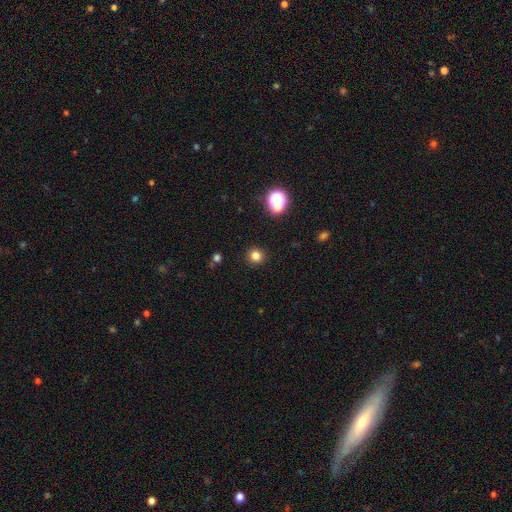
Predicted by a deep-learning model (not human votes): A smooth galaxy with no disk features (79%) that is round (94%).

Vote fractions:
- Smooth or featured? smooth: 79% / star or artifact: 16% / featured or disk: 5%
- How rounded? round: 94% / in between: 5% / cigar-shaped: 1%
- Merging? none: 92% / minor disturbance: 5% / major disturbance: 2% / merger: 1%